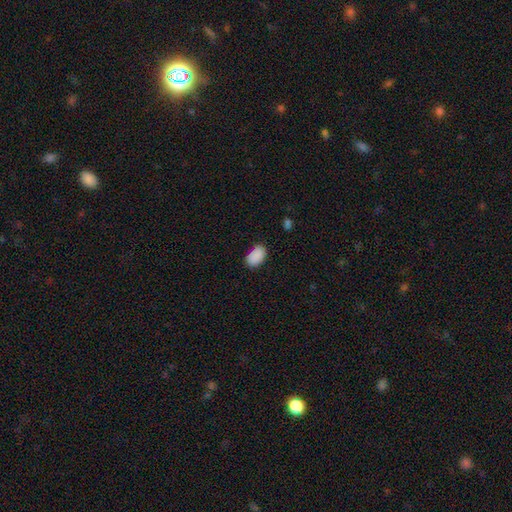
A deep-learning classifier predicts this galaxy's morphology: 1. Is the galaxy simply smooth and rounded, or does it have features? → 89% smooth, 8% star or artifact, 3% featured or disk.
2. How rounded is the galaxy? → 92% in between, 7% round, 1% cigar-shaped.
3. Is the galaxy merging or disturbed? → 79% none, 16% minor disturbance, 3% major disturbance, 2% merger.